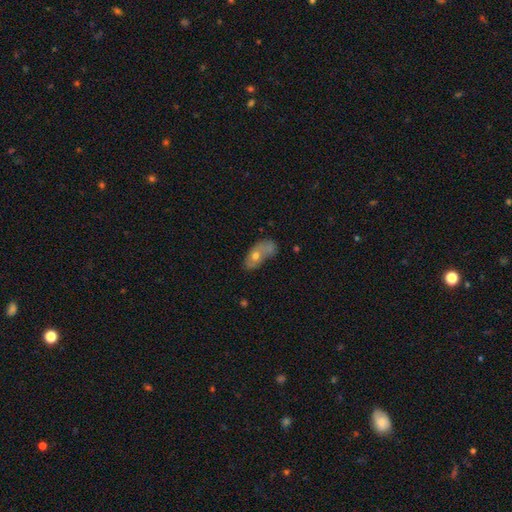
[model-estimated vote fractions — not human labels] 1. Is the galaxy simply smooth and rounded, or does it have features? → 58% smooth, 34% featured or disk, 8% star or artifact.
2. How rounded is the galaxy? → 86% in between, 8% round, 6% cigar-shaped.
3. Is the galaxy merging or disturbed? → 32% none, 28% minor disturbance, 21% merger, 19% major disturbance.